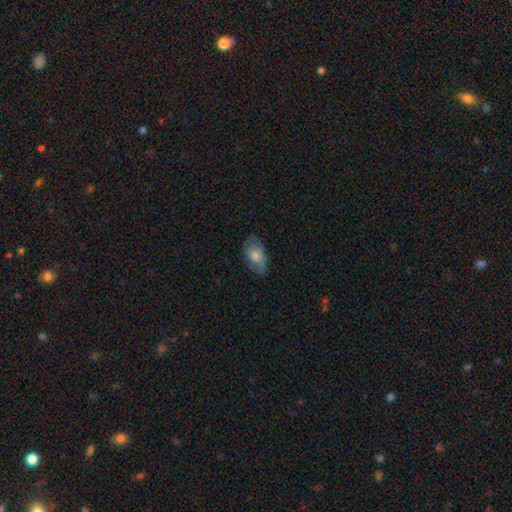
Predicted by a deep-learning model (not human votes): Morphology: type=smooth (65%); roundness=in between (89%); merging=none (59%).